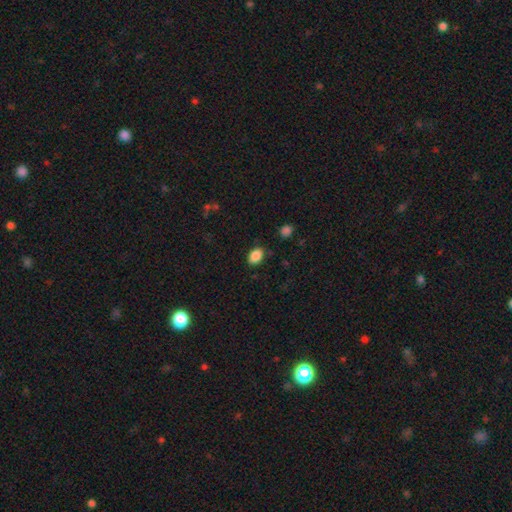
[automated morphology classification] type=smooth (87%); roundness=in between (83%); merging=none (82%).